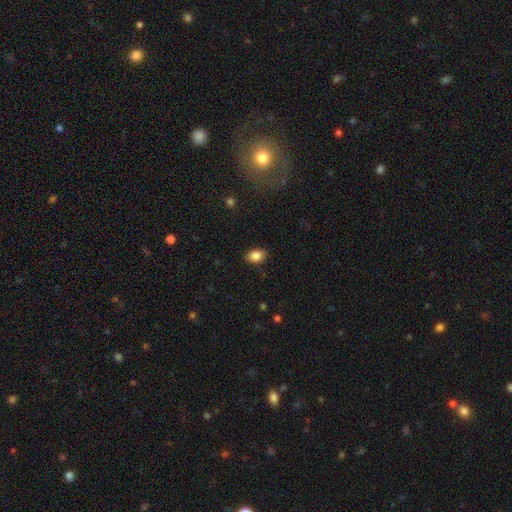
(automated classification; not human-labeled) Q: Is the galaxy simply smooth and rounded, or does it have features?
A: smooth — 86%.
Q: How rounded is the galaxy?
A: in between — 80%.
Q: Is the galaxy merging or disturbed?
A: none — 87%.